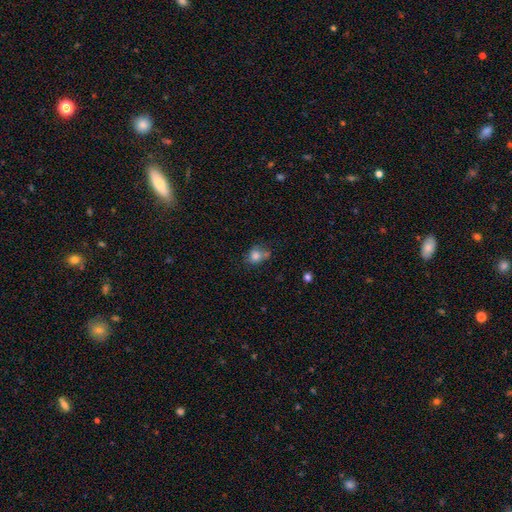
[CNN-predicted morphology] type=smooth (79%); roundness=round (60%); merging=none (48%).